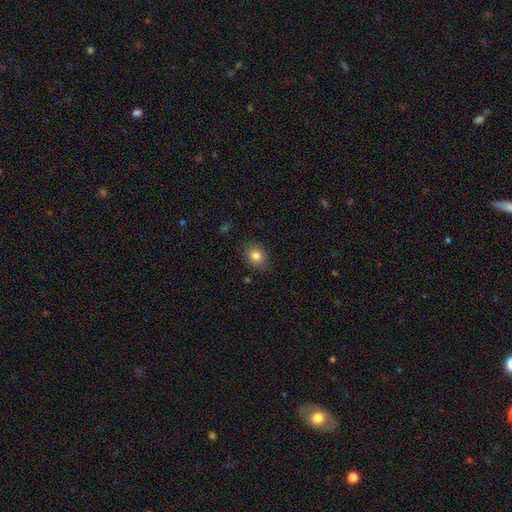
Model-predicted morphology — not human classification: This is clearly a smooth galaxy (82%). How rounded: possibly round (50%). Merging: clearly none (83%).